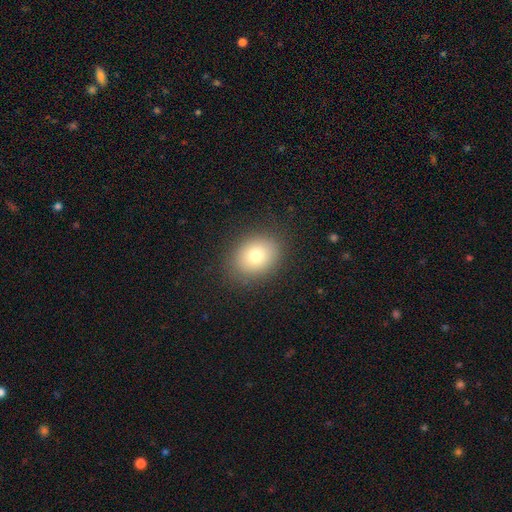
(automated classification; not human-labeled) Morphology: type=smooth (77%); roundness=round (51%); merging=none (86%).